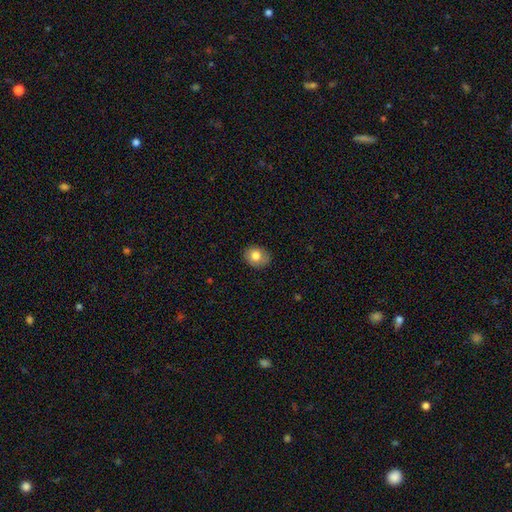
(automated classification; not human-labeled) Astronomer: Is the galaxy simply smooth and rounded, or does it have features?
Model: smooth — 77%.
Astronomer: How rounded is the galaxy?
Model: round — 55% (runner-up: in between, 44%).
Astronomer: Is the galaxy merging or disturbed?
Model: none — 82%.